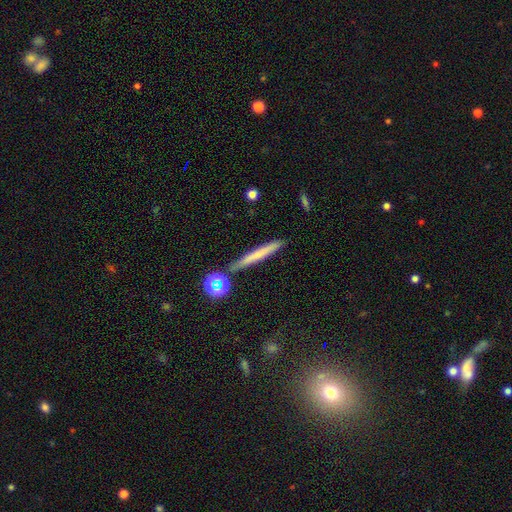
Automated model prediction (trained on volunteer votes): Smooth or featured? Predicted: smooth (p=0.59). How rounded? Predicted: cigar-shaped (p=0.94). Merging? Predicted: none (p=0.86).